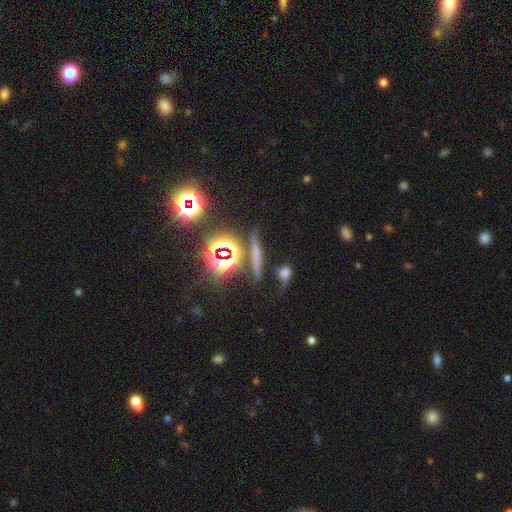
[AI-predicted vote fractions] A smooth galaxy with no disk features (40%).

Vote fractions:
- Smooth or featured? smooth: 40% / star or artifact: 35% / featured or disk: 25%
- Merging? none: 73% / minor disturbance: 13% / merger: 8% / major disturbance: 6%